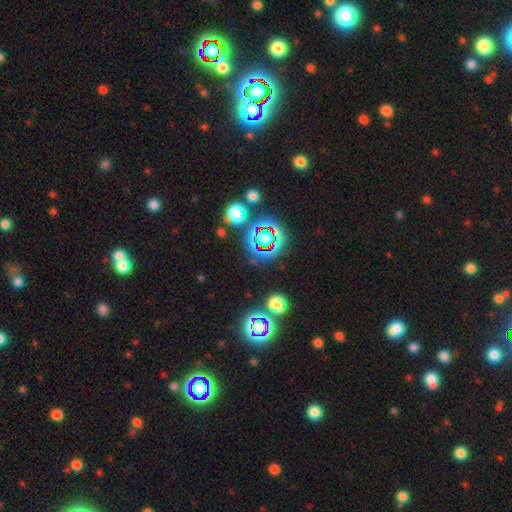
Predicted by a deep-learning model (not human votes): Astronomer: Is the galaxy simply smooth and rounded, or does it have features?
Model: star or artifact — 69%.